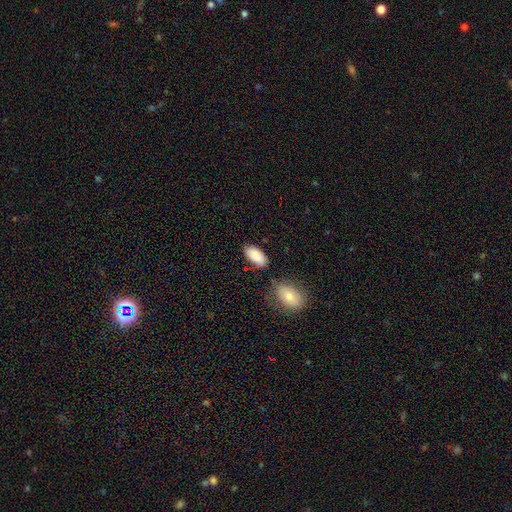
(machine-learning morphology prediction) smooth 88%, star or artifact 6%, featured or disk 5%. Down the decision tree: how rounded — in between (93%); merging — none (77%).